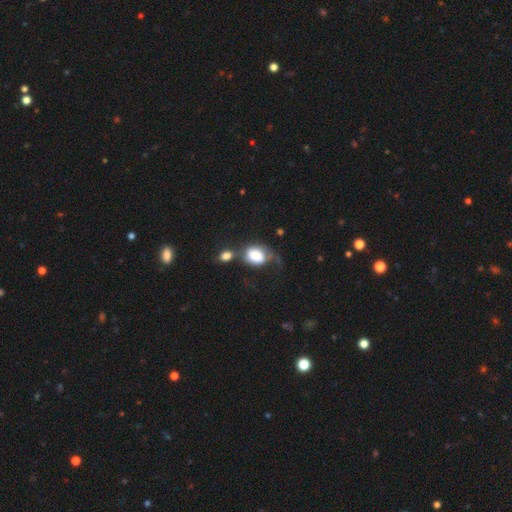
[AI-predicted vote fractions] A smooth galaxy with no disk features (73%) that is in between round and cigar-shaped (63%).

Vote fractions:
- Smooth or featured? smooth: 73% / featured or disk: 20% / star or artifact: 8%
- How rounded? in between: 63% / round: 36% / cigar-shaped: 1%
- Merging? merger: 30% / major disturbance: 27% / none: 24% / minor disturbance: 19%